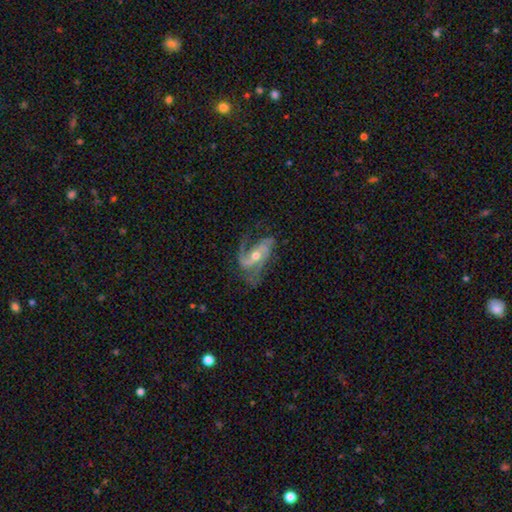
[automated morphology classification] Smooth or featured? featured or disk (89%)
Edge-on disk? no (96%)
Bar? no (40%)
Spiral arms? yes (96%)
Spiral winding? medium (46%)
Spiral arm count? 2 (64%)
Bulge size? moderate (62%)
Merging? none (58%)